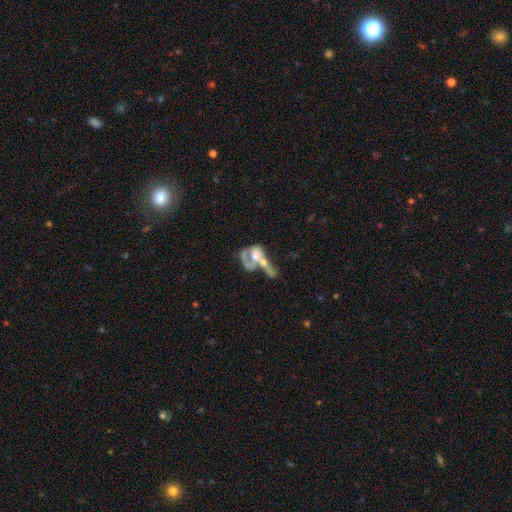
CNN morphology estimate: Smooth or featured?
  - featured or disk: 53% *
  - smooth: 38%
  - star or artifact: 9%
Edge-on disk?
  - no: 94% *
  - yes: 6%
Merging?
  - merger: 65% *
  - major disturbance: 19%
  - none: 10%
  - minor disturbance: 6%